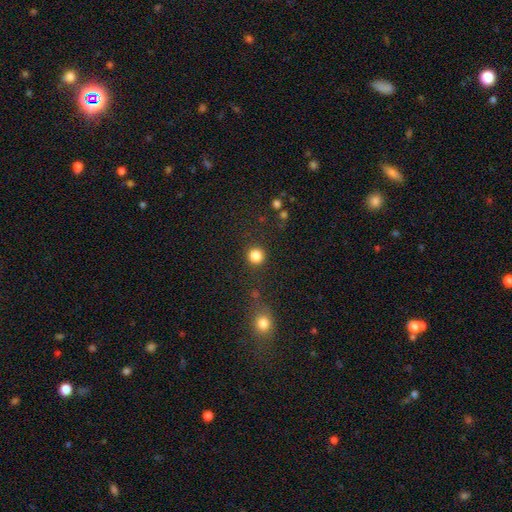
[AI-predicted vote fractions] smooth 85%, star or artifact 11%, featured or disk 4%. Down the decision tree: how rounded — round (93%); merging — none (87%).